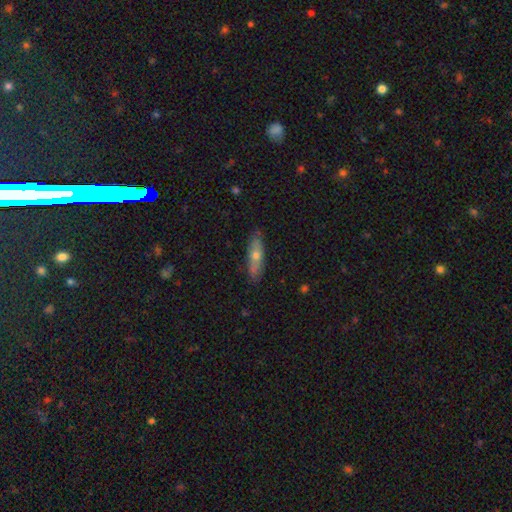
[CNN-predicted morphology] Overall: smooth (54%; featured or disk 39%). How rounded: cigar-shaped (63%; in between 35%). Merging: none (84%).